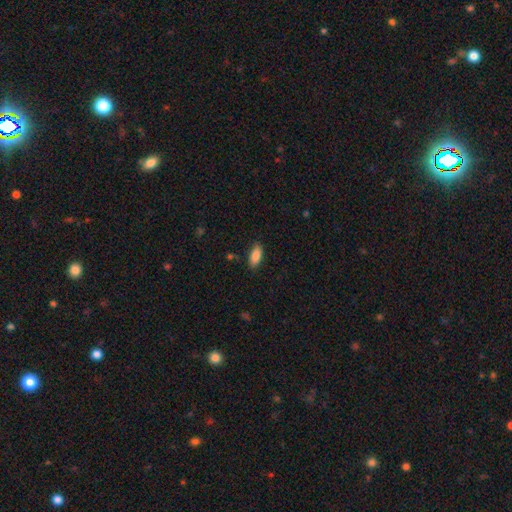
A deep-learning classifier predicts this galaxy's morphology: Smooth or featured?
  - smooth: 87% *
  - star or artifact: 7%
  - featured or disk: 6%
How rounded?
  - in between: 87% *
  - cigar-shaped: 11%
  - round: 2%
Merging?
  - none: 86% *
  - minor disturbance: 10%
  - major disturbance: 2%
  - merger: 1%